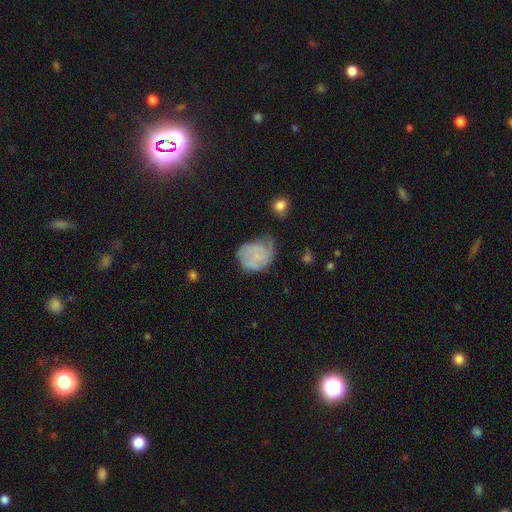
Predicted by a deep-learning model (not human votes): Smooth or featured? Predicted: smooth (p=0.50). How rounded? Predicted: round (p=0.56). Merging? Predicted: minor disturbance (p=0.36).